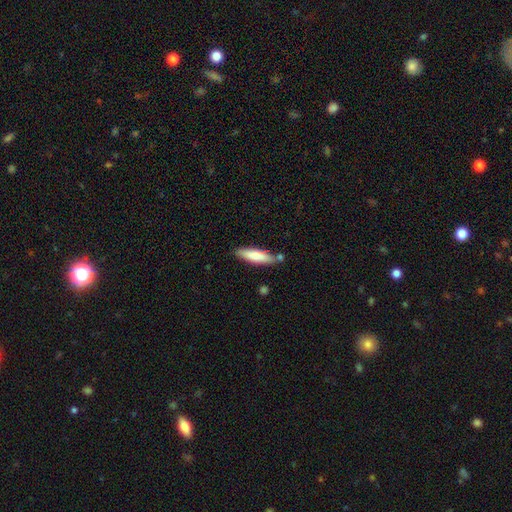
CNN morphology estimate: Smooth or featured? smooth (75%)
How rounded? cigar-shaped (71%)
Merging? none (74%)